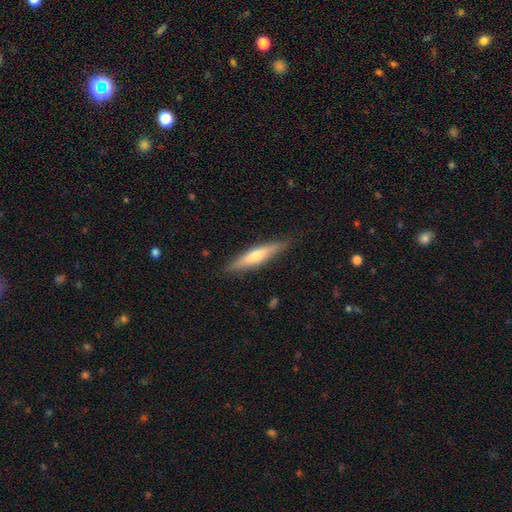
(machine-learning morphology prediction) Overall: featured or disk (47%, tied with smooth). Merging: none (87%).